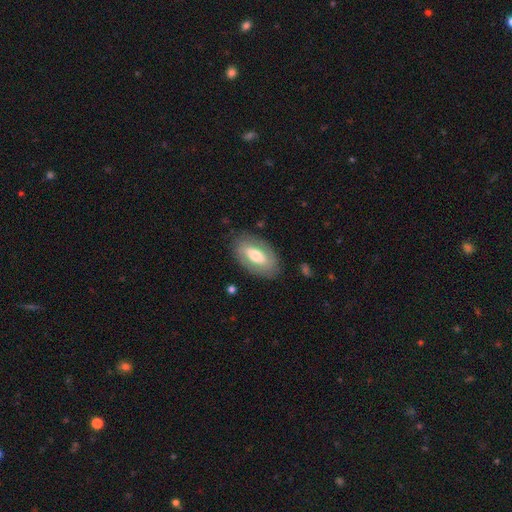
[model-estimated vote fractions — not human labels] Smooth or featured? Predicted: smooth (p=0.52). How rounded? Predicted: in between (p=0.92). Merging? Predicted: none (p=0.82).